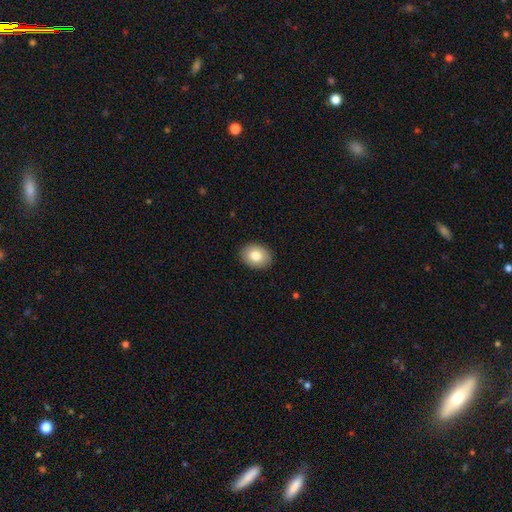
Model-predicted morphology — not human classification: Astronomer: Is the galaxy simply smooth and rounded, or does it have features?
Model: smooth — 82%.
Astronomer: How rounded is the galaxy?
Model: in between — 59% (runner-up: round, 40%).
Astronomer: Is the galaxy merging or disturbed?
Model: none — 90%.